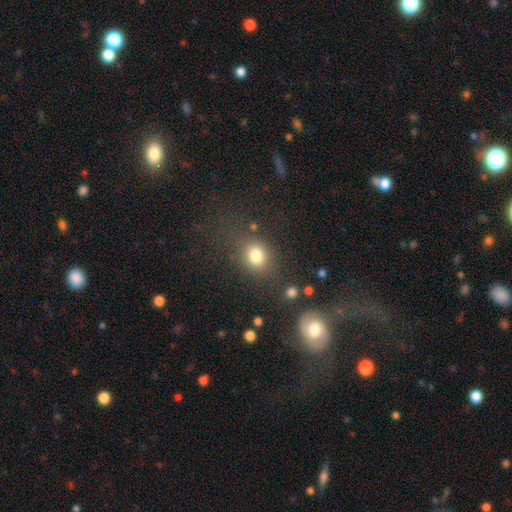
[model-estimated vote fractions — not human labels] Overall: smooth (80%). How rounded: round (61%; in between 38%). Merging: none (67%).